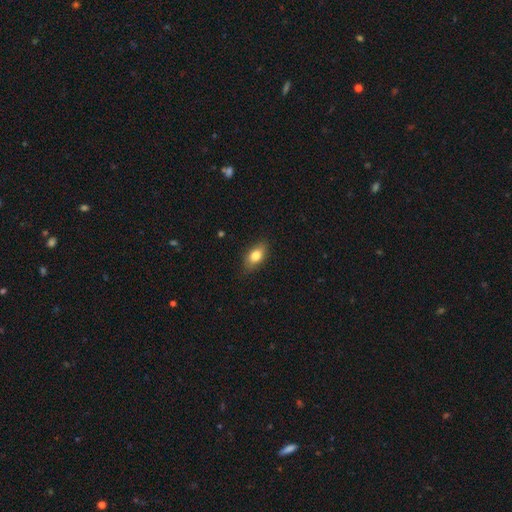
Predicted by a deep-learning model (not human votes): This is likely a smooth galaxy (79%). How rounded: clearly in between (85%). Merging: clearly none (84%).